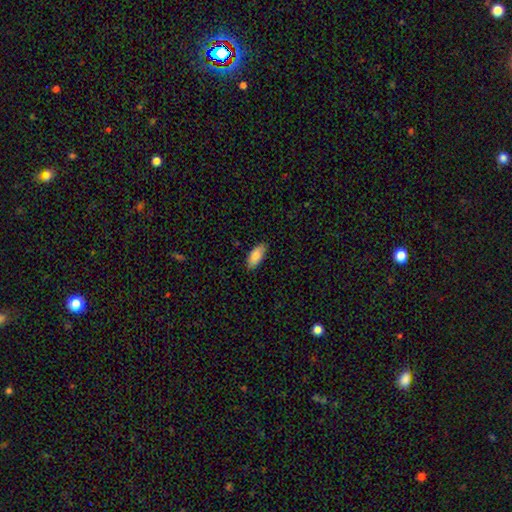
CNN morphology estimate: Smooth or featured: smooth — 86% (featured or disk — 8%)
How rounded: in between — 87% (cigar-shaped — 11%)
Merging: none — 85% (minor disturbance — 12%)